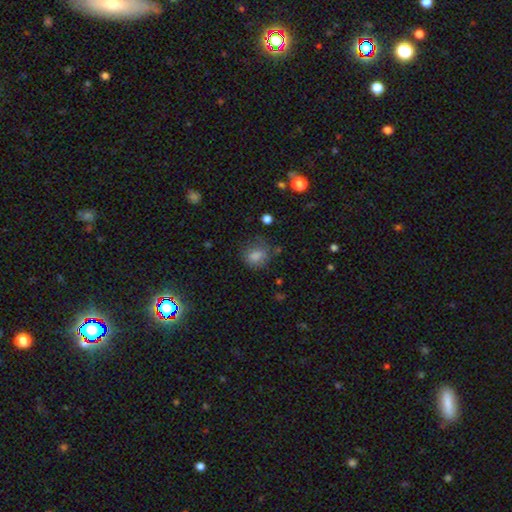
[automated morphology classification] The model was most divided on "how rounded": round: 63%, in between: 35%, cigar-shaped: 1%. More confident: smooth or featured — smooth (72%); merging — none (70%).